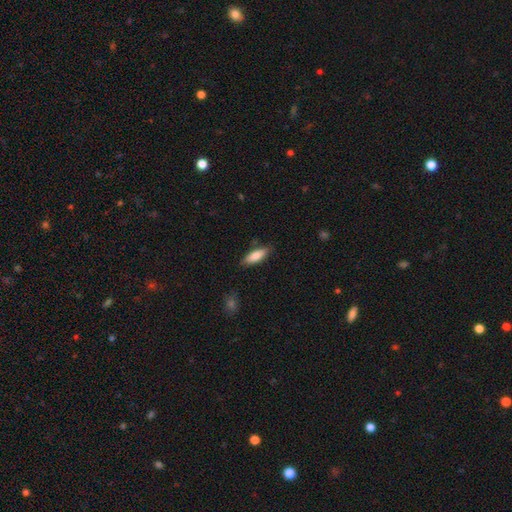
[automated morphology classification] This is likely a smooth galaxy (80%). How rounded: possibly in between (55%). Merging: clearly none (85%).